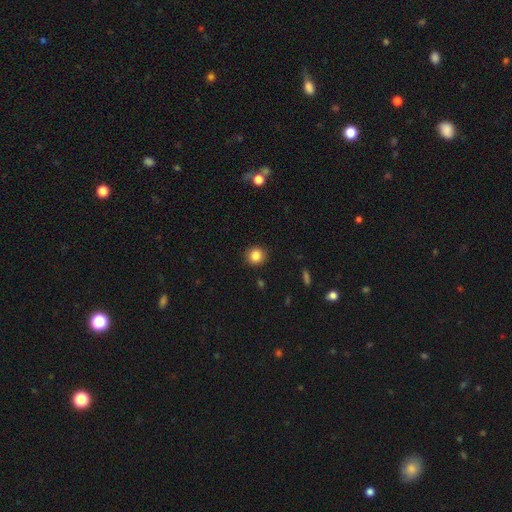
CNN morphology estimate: smooth_or_featured: smooth (p=0.85) [alt: star or artifact p=0.10]
how_rounded: round (p=0.92) [alt: in between p=0.07]
merging: none (p=0.91) [alt: minor disturbance p=0.06]